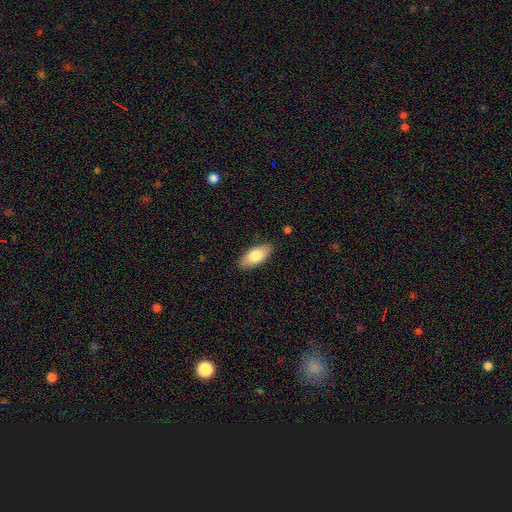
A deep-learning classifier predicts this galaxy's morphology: This appears to be a smooth galaxy with no disk features (79%) that is in between round and cigar-shaped (88%). Merging: none (87%).